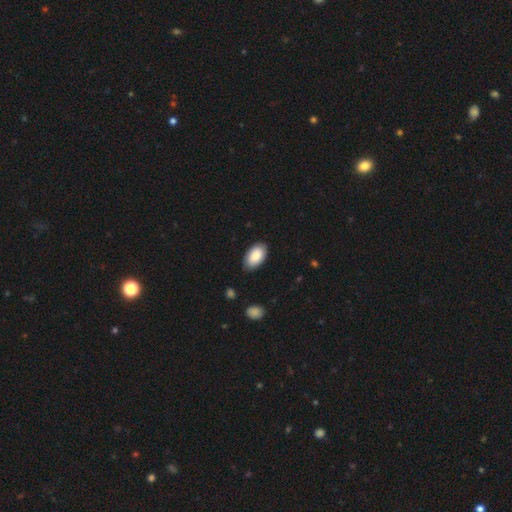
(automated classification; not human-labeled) Q: Smooth or featured?
A: smooth (86%); runner-up: featured or disk (8%)
Q: How rounded?
A: in between (95%); runner-up: round (3%)
Q: Merging?
A: none (85%); runner-up: minor disturbance (12%)